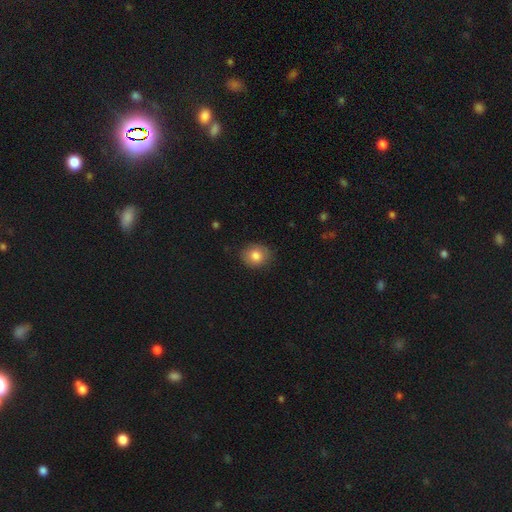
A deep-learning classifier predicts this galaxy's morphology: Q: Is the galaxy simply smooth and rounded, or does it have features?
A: smooth — 80%.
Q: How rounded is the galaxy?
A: round — 68%.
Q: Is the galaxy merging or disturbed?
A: none — 84%.